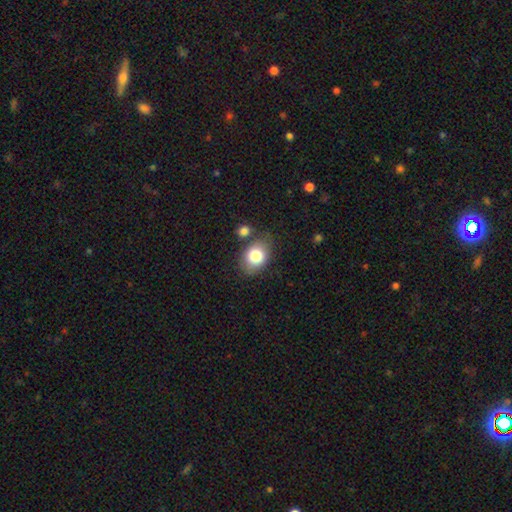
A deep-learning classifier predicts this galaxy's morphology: Smooth or featured: smooth — 80% (featured or disk — 12%)
How rounded: in between — 67% (round — 32%)
Merging: none — 68% (minor disturbance — 17%)